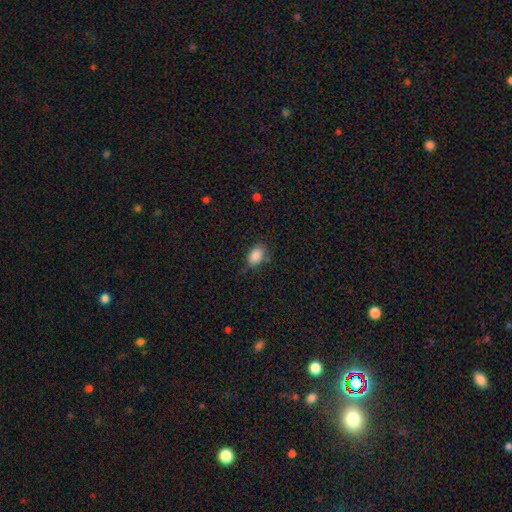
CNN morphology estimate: Q: Smooth or featured?
A: smooth (86%); runner-up: star or artifact (8%)
Q: How rounded?
A: in between (86%); runner-up: round (12%)
Q: Merging?
A: none (71%); runner-up: minor disturbance (22%)